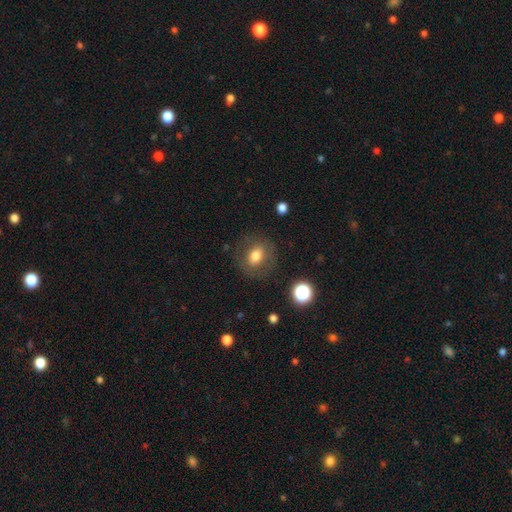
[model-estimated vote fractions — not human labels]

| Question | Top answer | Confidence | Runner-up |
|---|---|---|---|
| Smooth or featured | smooth | 69% | featured or disk (20%) |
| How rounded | round | 55% | in between (44%) |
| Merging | none | 79% | minor disturbance (12%) |